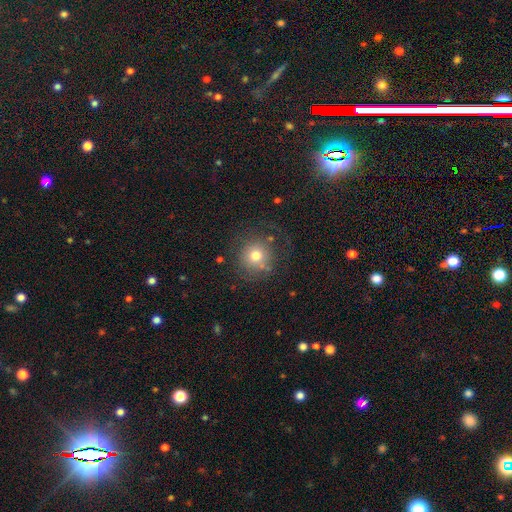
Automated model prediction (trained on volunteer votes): Morphology: type=smooth (70%); roundness=round (91%); merging=none (66%).